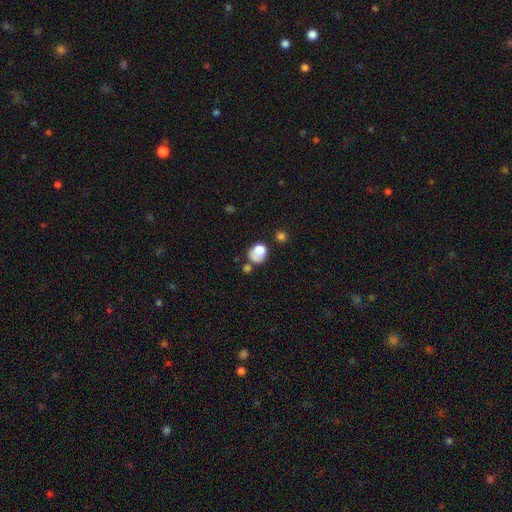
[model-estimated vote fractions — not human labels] Smooth or featured?
  - smooth: 72% *
  - featured or disk: 17%
  - star or artifact: 11%
How rounded?
  - round: 64% *
  - in between: 35%
  - cigar-shaped: 1%
Merging?
  - none: 40% *
  - minor disturbance: 21%
  - merger: 21%
  - major disturbance: 18%